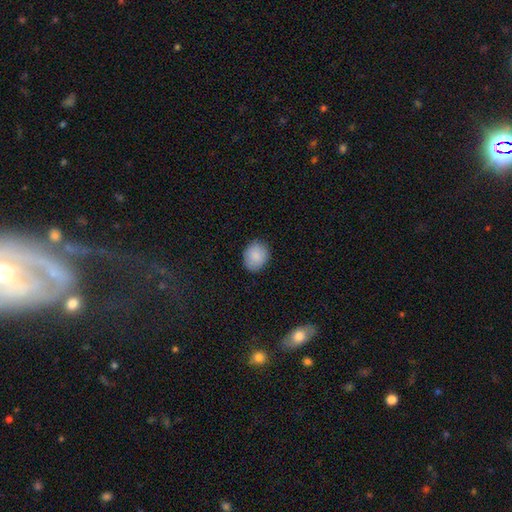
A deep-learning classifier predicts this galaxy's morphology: The model was most divided on "how rounded": round: 64%, in between: 36%, cigar-shaped: 1%. More confident: smooth or featured — smooth (88%); merging — none (87%).